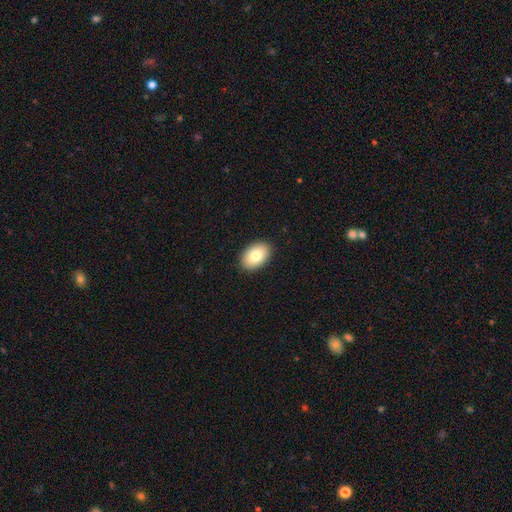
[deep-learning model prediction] Smooth or featured? Predicted: smooth (p=0.81). How rounded? Predicted: in between (p=0.88). Merging? Predicted: none (p=0.90).